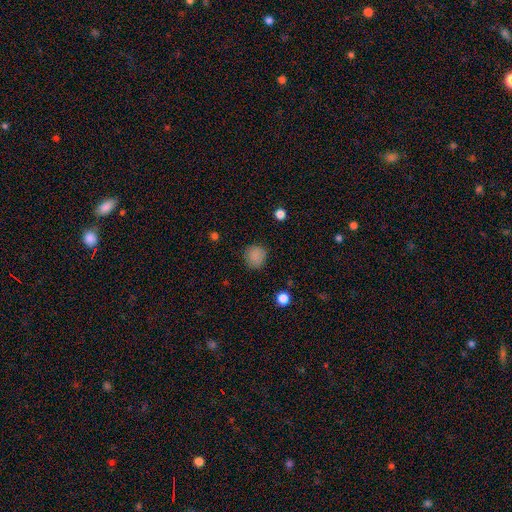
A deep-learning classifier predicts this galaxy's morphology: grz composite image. It shows a smooth galaxy with no disk features (85%) that is round (88%). Merging: none (83%).